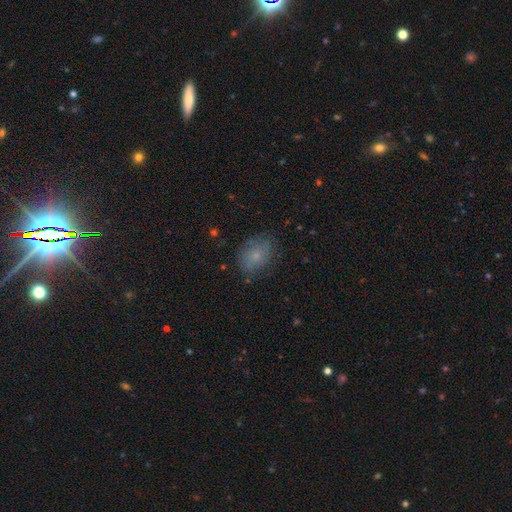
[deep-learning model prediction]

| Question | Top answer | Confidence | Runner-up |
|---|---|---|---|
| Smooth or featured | smooth | 69% | featured or disk (21%) |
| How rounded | in between | 68% | round (31%) |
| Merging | none | 75% | minor disturbance (18%) |